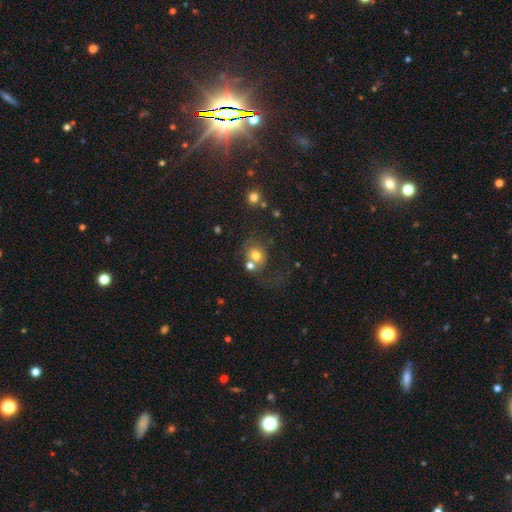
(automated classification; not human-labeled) Smooth or featured?
  - smooth: 71% *
  - featured or disk: 16%
  - star or artifact: 13%
How rounded?
  - round: 70% *
  - in between: 29%
  - cigar-shaped: 1%
Merging?
  - none: 40% *
  - merger: 31%
  - major disturbance: 15%
  - minor disturbance: 15%